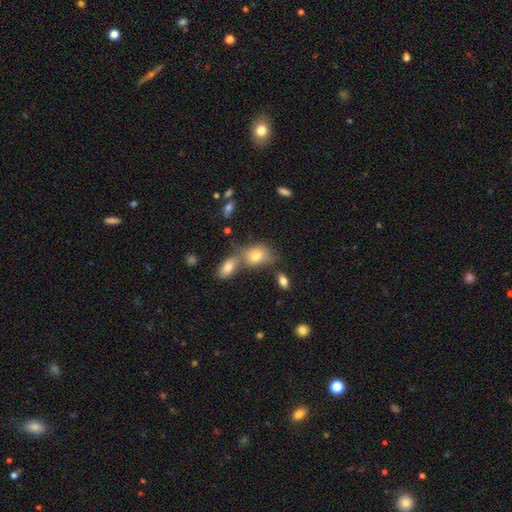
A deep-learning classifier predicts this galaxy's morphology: Q: Smooth or featured?
A: smooth (78%); runner-up: featured or disk (13%)
Q: How rounded?
A: in between (72%); runner-up: round (26%)
Q: Merging?
A: none (45%); runner-up: merger (37%)